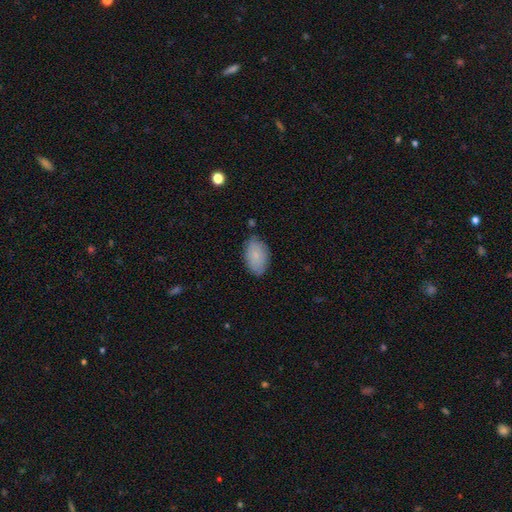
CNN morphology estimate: Smooth or featured? Predicted: smooth (p=0.81). How rounded? Predicted: in between (p=0.93). Merging? Predicted: none (p=0.78).